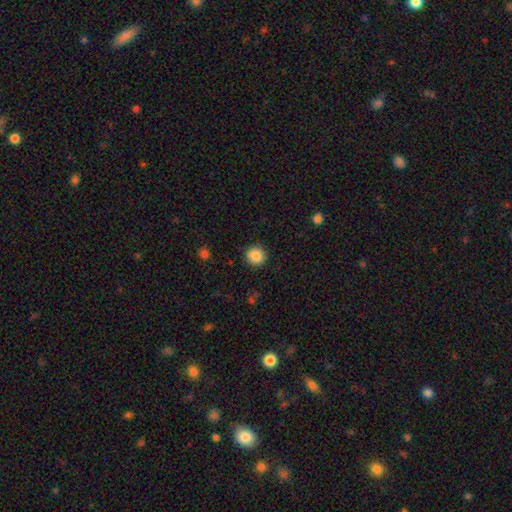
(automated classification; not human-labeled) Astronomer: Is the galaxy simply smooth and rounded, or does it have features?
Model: smooth — 87%.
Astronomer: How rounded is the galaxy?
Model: round — 92%.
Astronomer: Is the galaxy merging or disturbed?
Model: none — 90%.